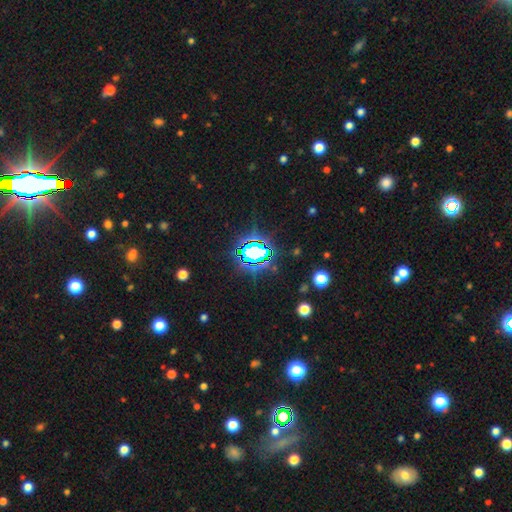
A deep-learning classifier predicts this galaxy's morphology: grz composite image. It shows a star or artifact, not a galaxy (71%).